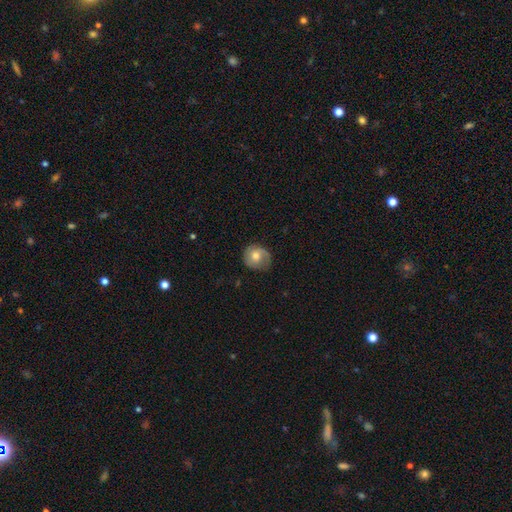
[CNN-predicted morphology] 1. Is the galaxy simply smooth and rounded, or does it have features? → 62% smooth, 31% featured or disk, 8% star or artifact.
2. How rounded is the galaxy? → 80% round, 19% in between, 1% cigar-shaped.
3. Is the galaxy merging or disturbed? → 69% none, 23% minor disturbance, 7% major disturbance, 1% merger.